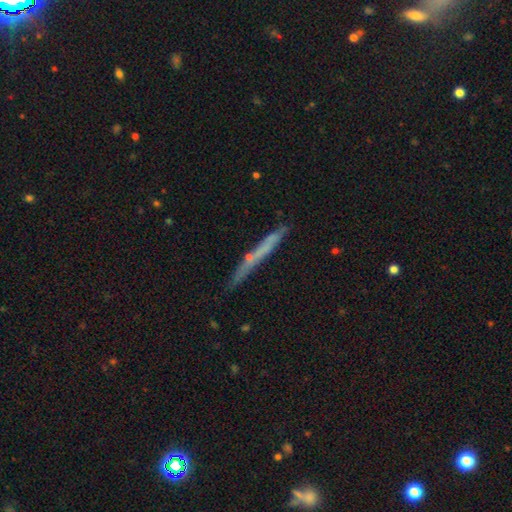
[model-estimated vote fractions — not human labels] This is possibly a featured or disk galaxy (50%). It is clearly viewed edge-on (94%). Merging: clearly none (84%).